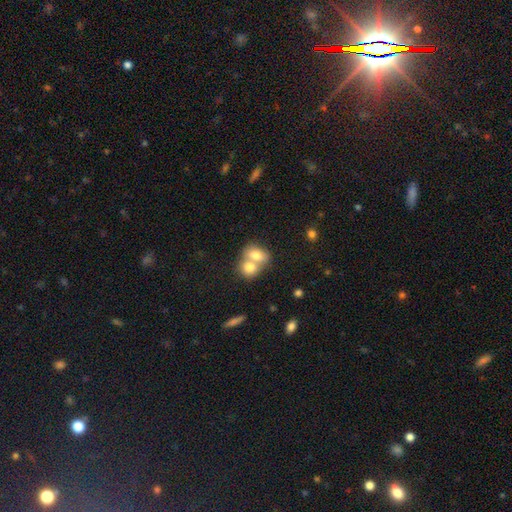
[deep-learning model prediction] This appears to be a smooth galaxy with no disk features (75%) that is in between round and cigar-shaped (66%). Merging: merger (69%).